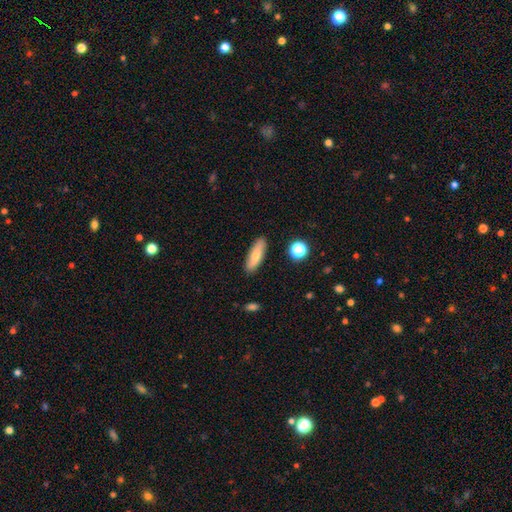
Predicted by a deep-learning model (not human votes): Morphology: type=smooth (73%); roundness=cigar-shaped (52%); merging=none (87%).